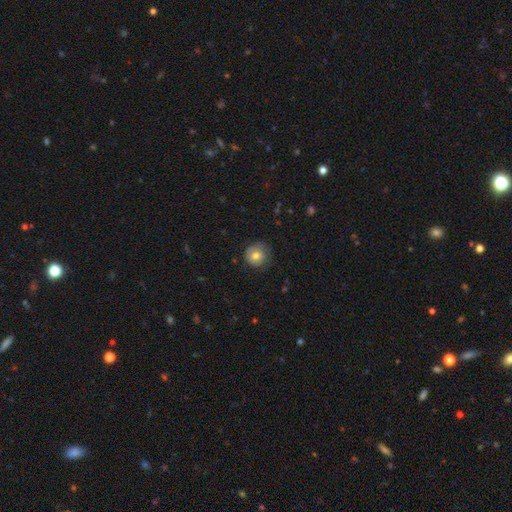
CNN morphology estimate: This appears to be a smooth galaxy with no disk features (71%) that is round (92%). Merging: none (73%).